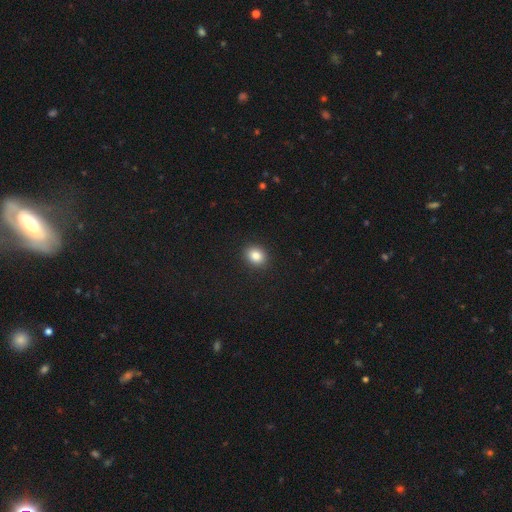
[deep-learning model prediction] smooth_or_featured: smooth (p=0.84) [alt: star or artifact p=0.10]
how_rounded: round (p=0.55) [alt: in between p=0.44]
merging: none (p=0.91) [alt: minor disturbance p=0.06]